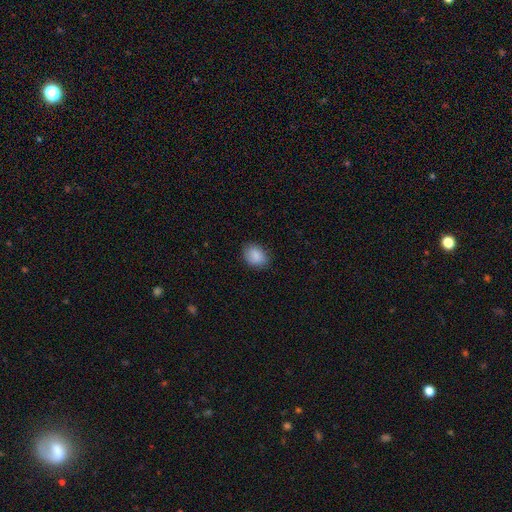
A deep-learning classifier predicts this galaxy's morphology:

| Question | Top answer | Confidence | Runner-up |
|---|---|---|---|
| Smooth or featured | smooth | 87% | star or artifact (8%) |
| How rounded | in between | 63% | round (35%) |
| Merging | none | 81% | minor disturbance (14%) |